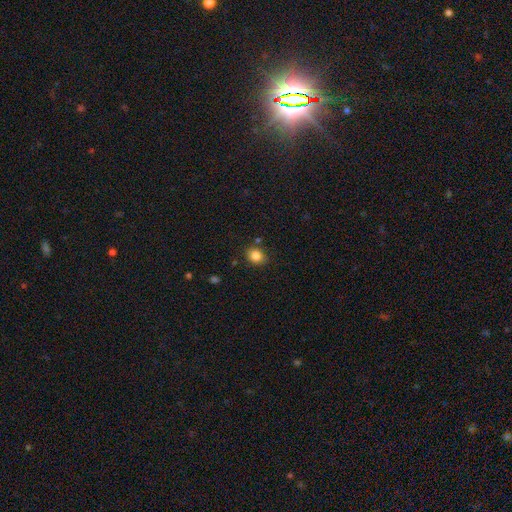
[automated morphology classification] type=smooth (84%); roundness=round (55%); merging=none (82%).